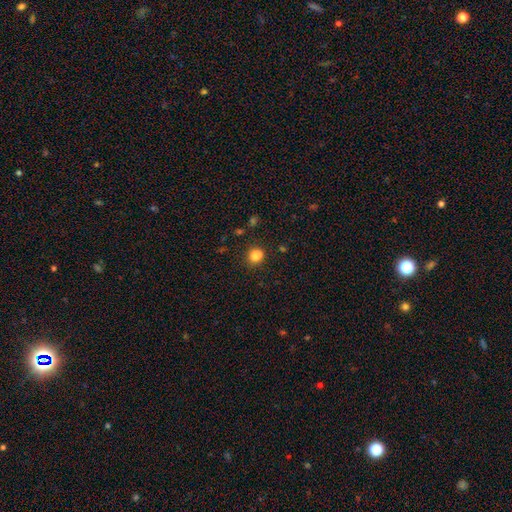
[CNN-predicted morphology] smooth 78%, star or artifact 12%, featured or disk 10%. Down the decision tree: how rounded — round (76%); merging — none (51%).